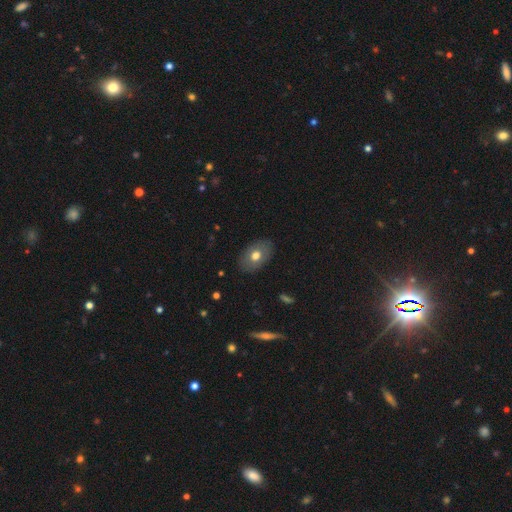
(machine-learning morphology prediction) Smooth or featured? Predicted: smooth (p=0.67). How rounded? Predicted: in between (p=0.85). Merging? Predicted: none (p=0.85).